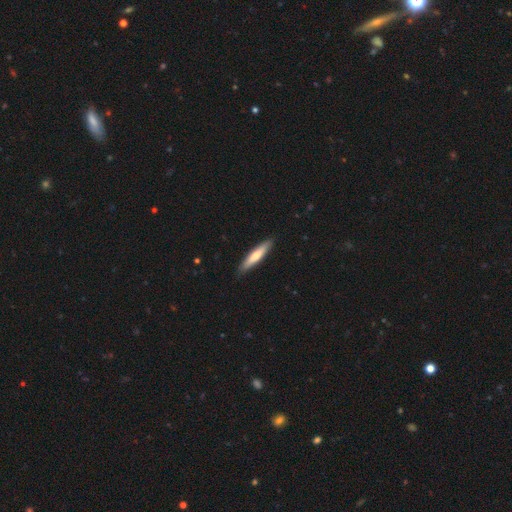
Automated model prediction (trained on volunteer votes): Overall: smooth (65%; featured or disk 30%). How rounded: cigar-shaped (85%). Merging: none (89%).